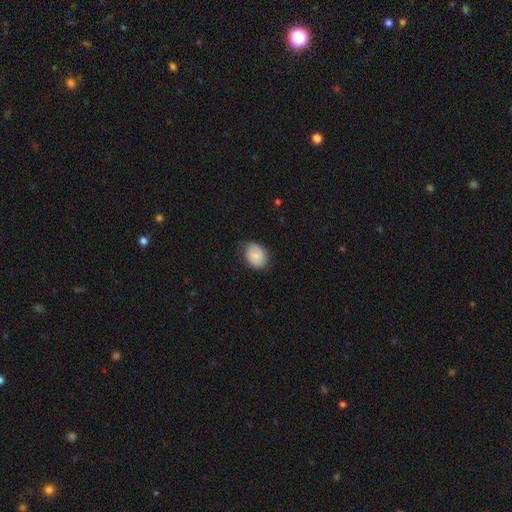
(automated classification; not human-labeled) Smooth or featured? Predicted: smooth (p=0.82). How rounded? Predicted: in between (p=0.69). Merging? Predicted: none (p=0.74).